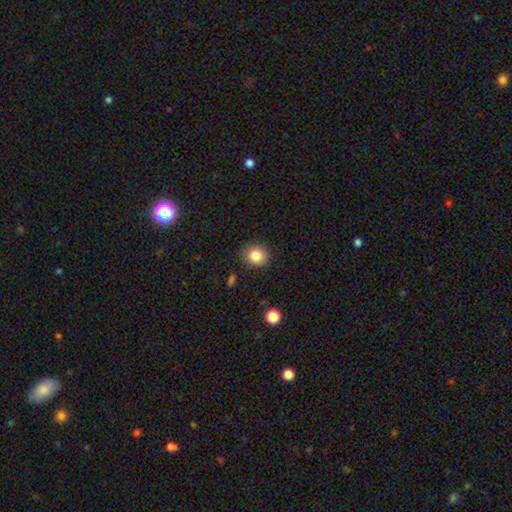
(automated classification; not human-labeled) A smooth galaxy with no disk features (85%) that is round (79%).

Vote fractions:
- Smooth or featured? smooth: 85% / star or artifact: 10% / featured or disk: 6%
- How rounded? round: 79% / in between: 20% / cigar-shaped: 1%
- Merging? none: 87% / minor disturbance: 9% / major disturbance: 2% / merger: 1%